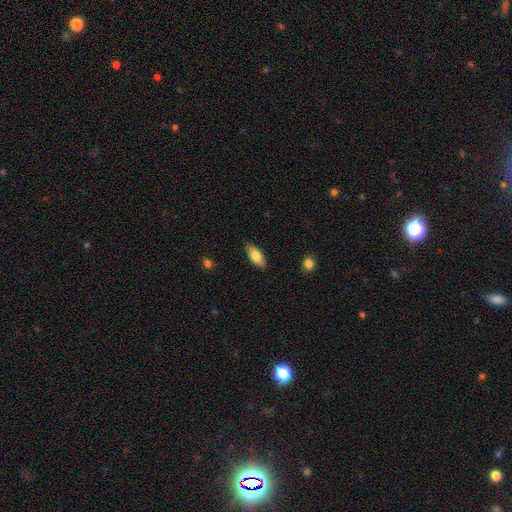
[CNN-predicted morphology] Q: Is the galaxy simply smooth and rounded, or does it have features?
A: smooth — 79%.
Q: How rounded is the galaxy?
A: in between — 82%.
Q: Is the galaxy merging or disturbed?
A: none — 86%.